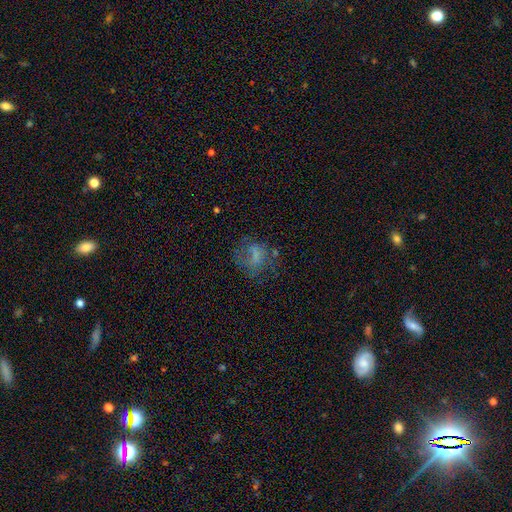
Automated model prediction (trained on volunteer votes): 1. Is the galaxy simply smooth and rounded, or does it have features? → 50% smooth, 33% featured or disk, 17% star or artifact.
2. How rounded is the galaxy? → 54% round, 44% in between, 2% cigar-shaped.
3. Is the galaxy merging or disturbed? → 47% none, 28% major disturbance, 21% minor disturbance, 4% merger.